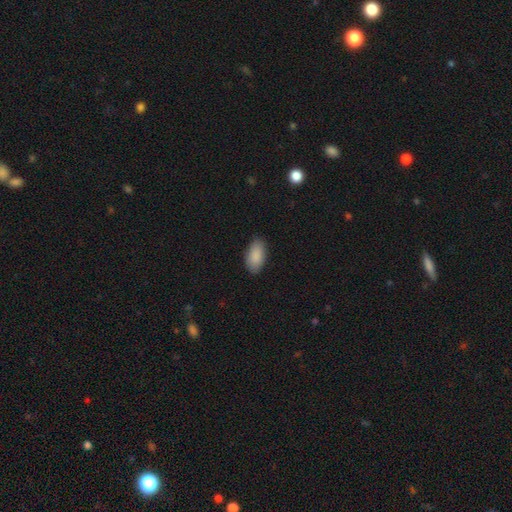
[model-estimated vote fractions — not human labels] Overall: smooth (90%). How rounded: in between (94%). Merging: none (86%).